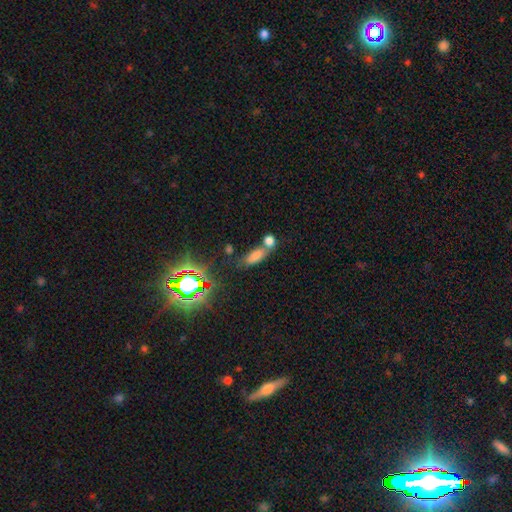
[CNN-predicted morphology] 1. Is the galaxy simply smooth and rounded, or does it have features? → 71% smooth, 19% star or artifact, 10% featured or disk.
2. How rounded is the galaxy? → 71% in between, 21% cigar-shaped, 7% round.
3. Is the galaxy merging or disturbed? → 48% merger, 34% none, 11% minor disturbance, 6% major disturbance.